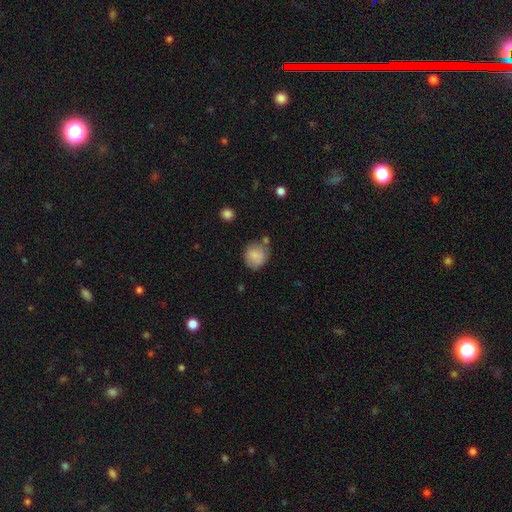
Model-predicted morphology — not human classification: Smooth or featured?
  - smooth: 79% *
  - featured or disk: 12%
  - star or artifact: 8%
How rounded?
  - round: 72% *
  - in between: 27%
  - cigar-shaped: 1%
Merging?
  - none: 61% *
  - minor disturbance: 23%
  - merger: 10%
  - major disturbance: 7%